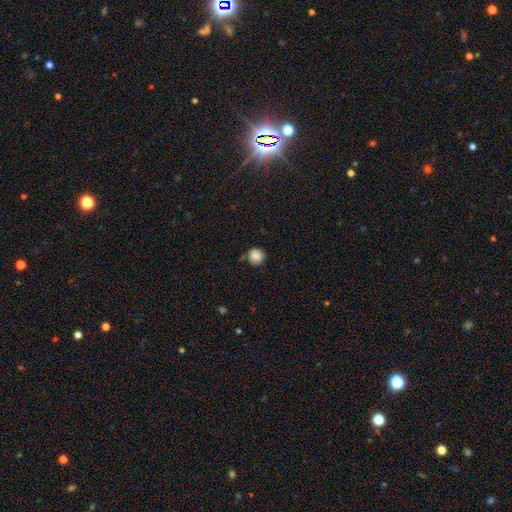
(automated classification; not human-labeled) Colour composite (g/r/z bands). It shows a smooth galaxy with no disk features (87%) that is round (94%). Merging: none (79%).